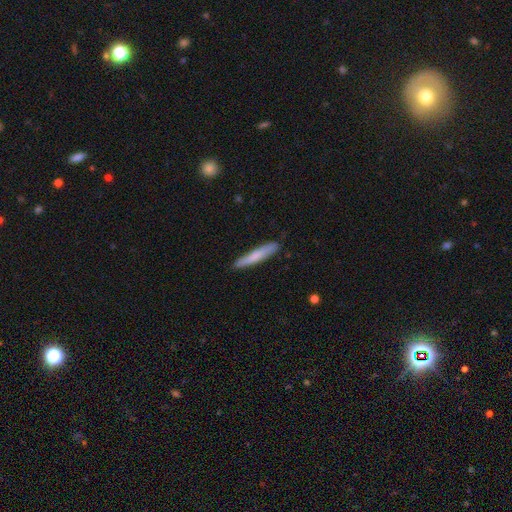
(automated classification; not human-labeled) A smooth galaxy with no disk features (71%) that is cigar-shaped (93%).

Vote fractions:
- Smooth or featured? smooth: 71% / featured or disk: 23% / star or artifact: 6%
- How rounded? cigar-shaped: 93% / in between: 5% / round: 1%
- Merging? none: 85% / minor disturbance: 12% / major disturbance: 2% / merger: 1%